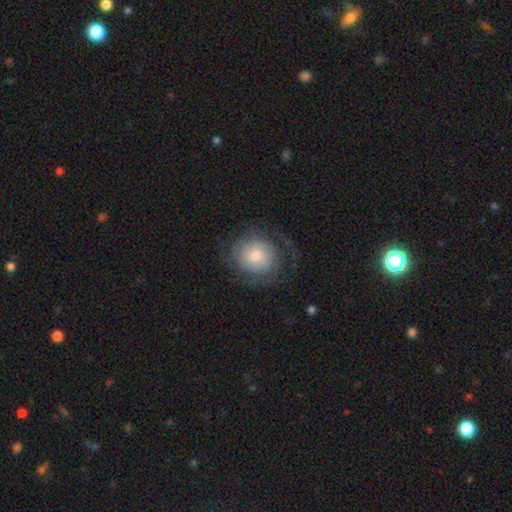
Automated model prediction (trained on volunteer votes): The model was most divided on "bulge size": moderate: 46%, small: 42%, large: 8%, none: 2%, dominant: 2%. More confident: edge-on disk — no (97%); spiral arms — yes (84%); bar — no (74%); merging — none (69%); smooth or featured — featured or disk (58%).